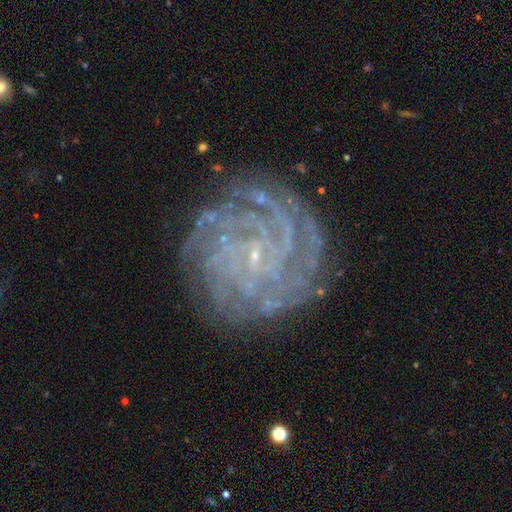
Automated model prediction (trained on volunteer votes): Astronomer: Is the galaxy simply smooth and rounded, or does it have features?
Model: featured or disk — 86%.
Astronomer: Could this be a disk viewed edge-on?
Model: no — 98%.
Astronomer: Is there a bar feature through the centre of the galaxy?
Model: no — 58%.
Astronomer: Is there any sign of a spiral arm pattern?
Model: yes — 97%.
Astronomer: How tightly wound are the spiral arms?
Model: tight — 83%.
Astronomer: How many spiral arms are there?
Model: more than 4 — 27% (runner-up: can't tell, 23%).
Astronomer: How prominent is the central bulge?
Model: small — 85%.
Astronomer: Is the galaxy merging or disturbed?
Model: none — 82%.